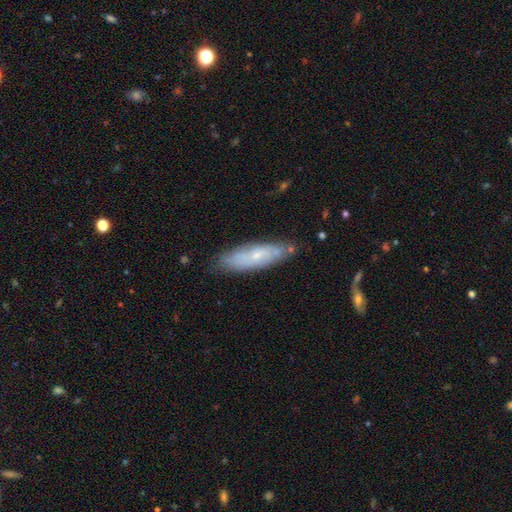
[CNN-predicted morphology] smooth-or-featured: featured or disk: 50% | smooth: 43% | star or artifact: 7%
  disk-edge-on: no: 70% | yes: 30%
  merging: none: 75% | minor disturbance: 19% | major disturbance: 3% | merger: 3%